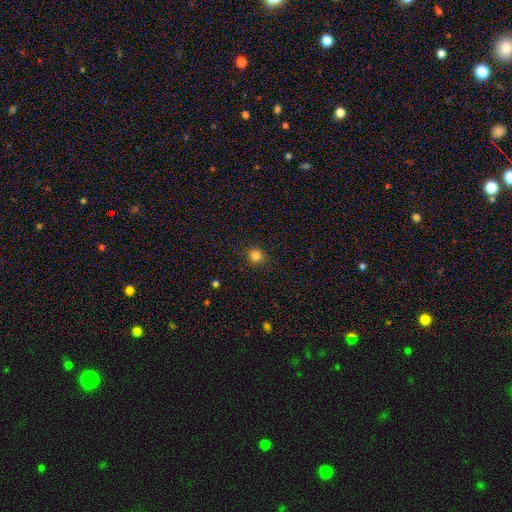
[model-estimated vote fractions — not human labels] Smooth or featured? smooth (83%)
How rounded? round (87%)
Merging? none (89%)